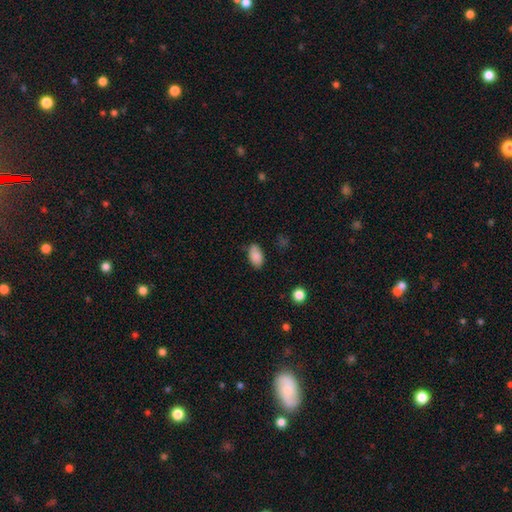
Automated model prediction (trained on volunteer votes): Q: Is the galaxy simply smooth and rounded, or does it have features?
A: smooth — 87%.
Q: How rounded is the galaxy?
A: in between — 92%.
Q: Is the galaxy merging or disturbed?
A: none — 77%.